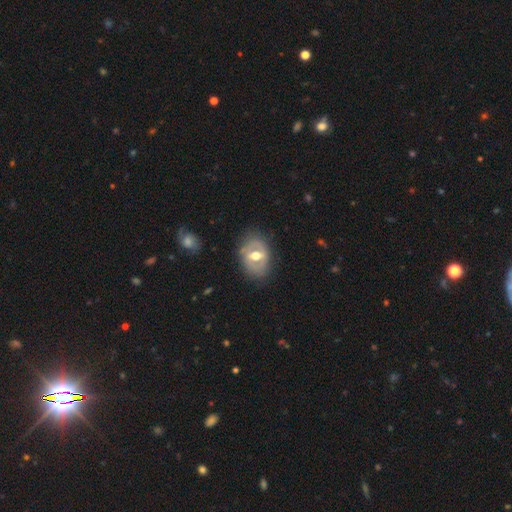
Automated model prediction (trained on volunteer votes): Q: Smooth or featured?
A: featured or disk (58%); runner-up: smooth (35%)
Q: Edge-on disk?
A: no (93%); runner-up: yes (7%)
Q: Bar?
A: weak (40%); runner-up: no (34%)
Q: Spiral arms?
A: no (71%); runner-up: yes (29%)
Q: Bulge size?
A: moderate (73%); runner-up: large (18%)
Q: Merging?
A: none (76%); runner-up: minor disturbance (17%)